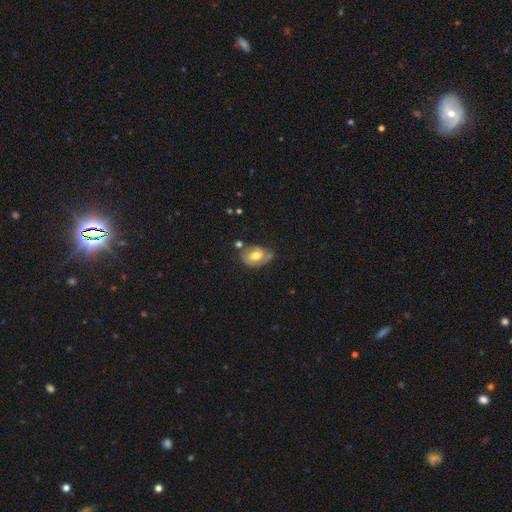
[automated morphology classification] type=smooth (49%); merging=none (50%).